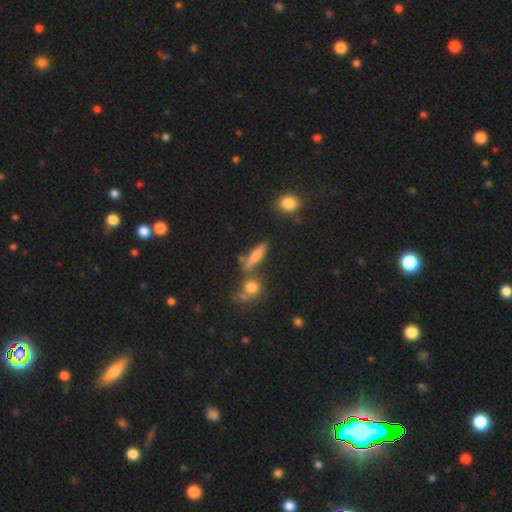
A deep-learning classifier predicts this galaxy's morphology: The model was most divided on "how rounded": cigar-shaped: 59%, in between: 34%, round: 7%. More confident: smooth or featured — smooth (66%); merging — none (66%).